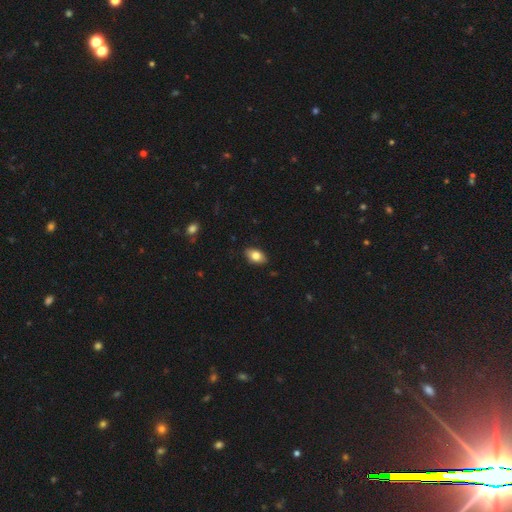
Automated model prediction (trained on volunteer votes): This is clearly a smooth galaxy (82%). How rounded: clearly in between (90%). Merging: clearly none (88%).